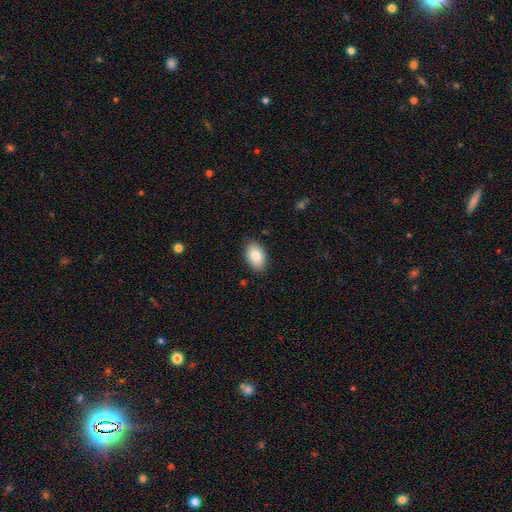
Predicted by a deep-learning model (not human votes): Morphology: type=smooth (86%); roundness=in between (93%); merging=none (87%).